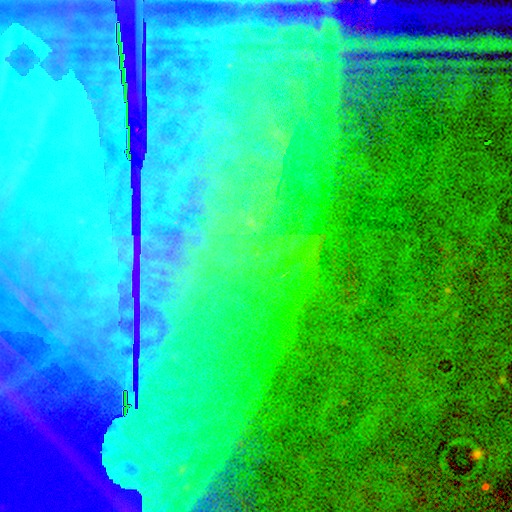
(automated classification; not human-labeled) Smooth or featured? star or artifact (79%)